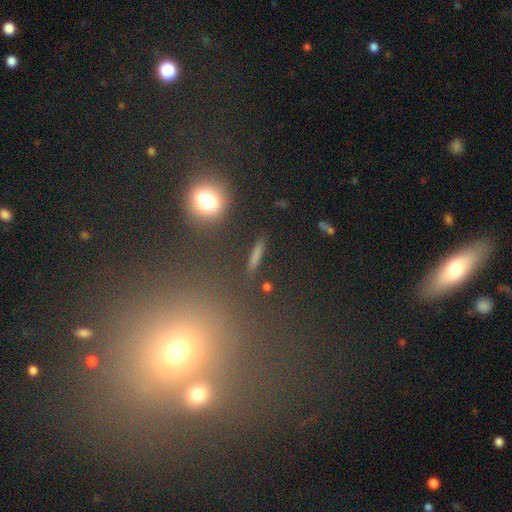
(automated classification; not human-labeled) Overall: smooth (58%; star or artifact 24%). How rounded: cigar-shaped (64%). Merging: none (87%).